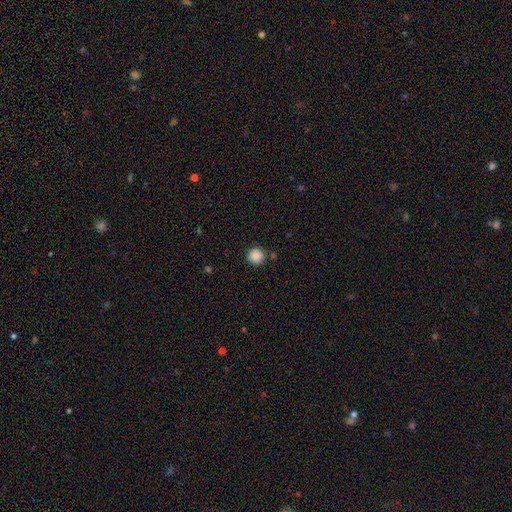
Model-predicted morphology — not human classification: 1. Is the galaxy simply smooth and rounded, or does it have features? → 87% smooth, 9% star or artifact, 3% featured or disk.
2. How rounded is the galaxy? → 94% round, 5% in between, 1% cigar-shaped.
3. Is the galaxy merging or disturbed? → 85% none, 9% minor disturbance, 4% merger, 2% major disturbance.